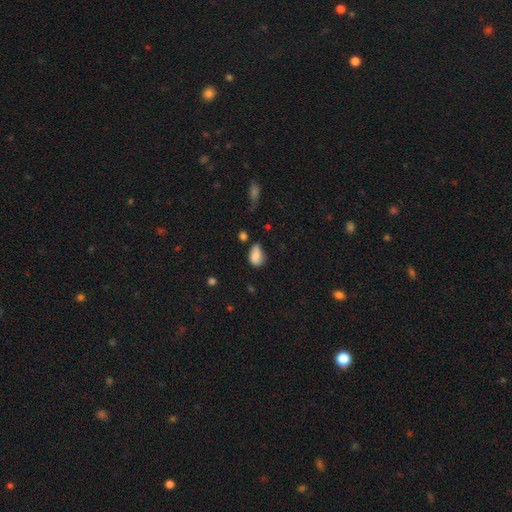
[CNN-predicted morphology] This appears to be a smooth galaxy with no disk features (81%) that is in between round and cigar-shaped (83%). Merging: none (43%).